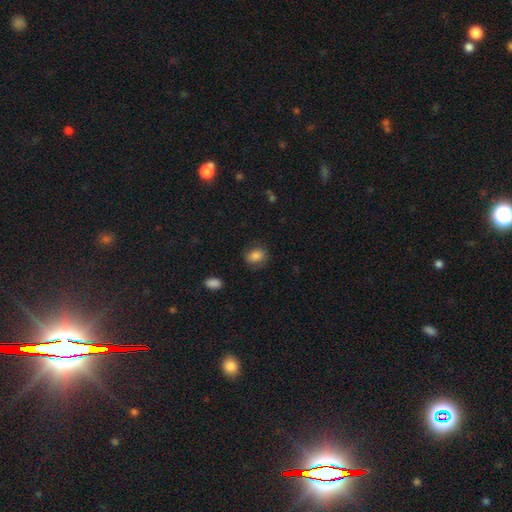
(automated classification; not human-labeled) Smooth or featured: smooth — 84% (star or artifact — 9%)
How rounded: in between — 55% (round — 44%)
Merging: none — 79% (minor disturbance — 15%)